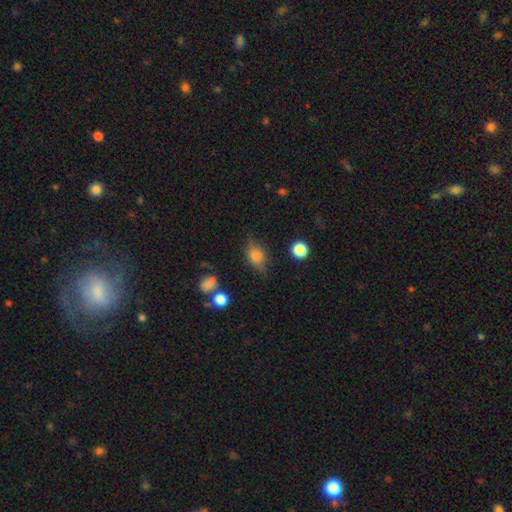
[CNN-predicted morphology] Q: Smooth or featured?
A: smooth (76%); runner-up: featured or disk (13%)
Q: How rounded?
A: in between (71%); runner-up: round (26%)
Q: Merging?
A: none (69%); runner-up: minor disturbance (22%)